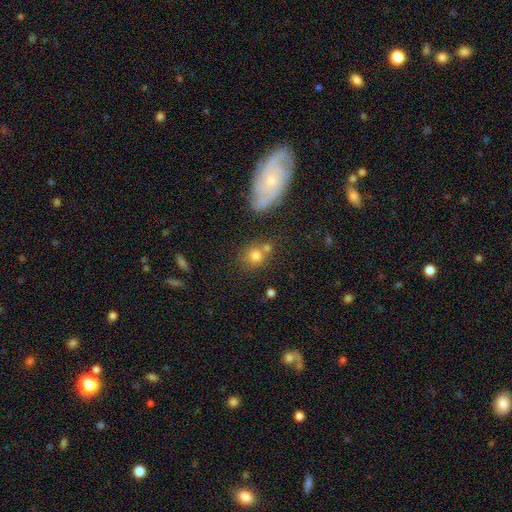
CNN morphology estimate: Overall: smooth (75%). How rounded: round (80%). Merging: none (58%; merger 26%).